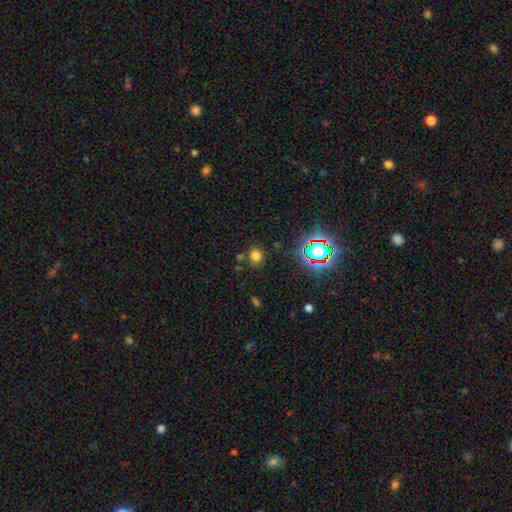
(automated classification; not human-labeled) Q: Smooth or featured?
A: smooth (69%); runner-up: star or artifact (24%)
Q: How rounded?
A: round (83%); runner-up: in between (16%)
Q: Merging?
A: none (78%); runner-up: minor disturbance (10%)